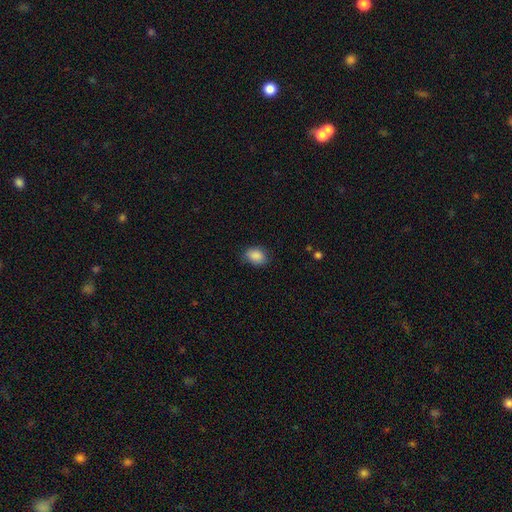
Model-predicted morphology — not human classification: A smooth galaxy with no disk features (88%) that is in between round and cigar-shaped (74%). Merging: none (76%).